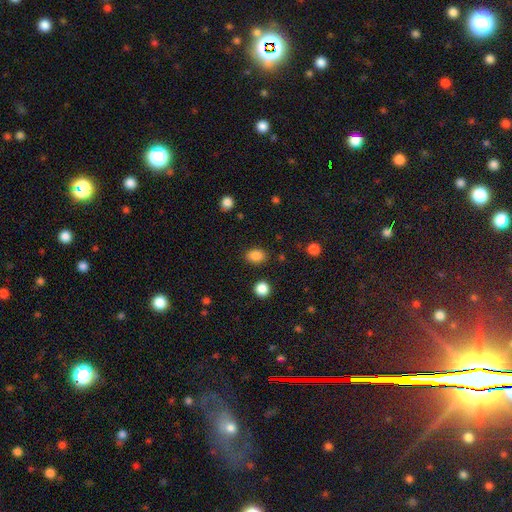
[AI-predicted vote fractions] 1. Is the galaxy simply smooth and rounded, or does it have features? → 86% smooth, 10% star or artifact, 4% featured or disk.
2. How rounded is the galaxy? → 72% in between, 27% round, 1% cigar-shaped.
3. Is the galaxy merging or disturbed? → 85% none, 10% minor disturbance, 3% major disturbance, 2% merger.